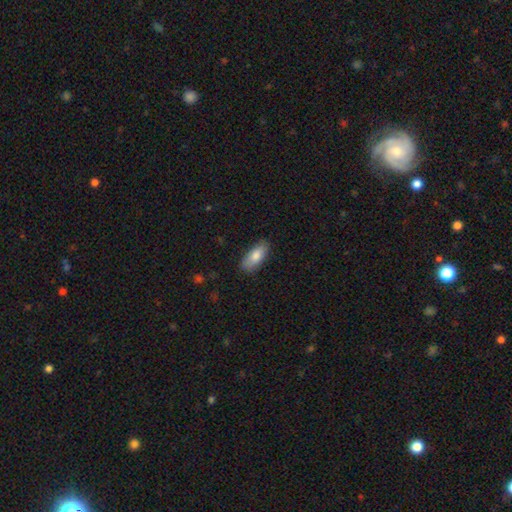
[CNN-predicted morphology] This is clearly a smooth galaxy (82%). How rounded: clearly in between (83%). Merging: clearly none (84%).